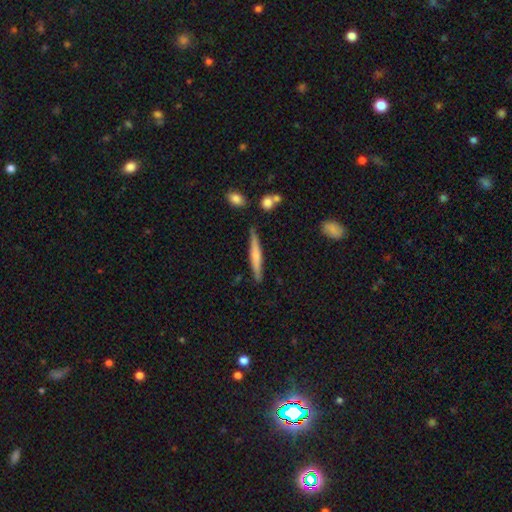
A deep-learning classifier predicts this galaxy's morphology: Overall: smooth (49%; featured or disk 45%). Merging: none (85%).